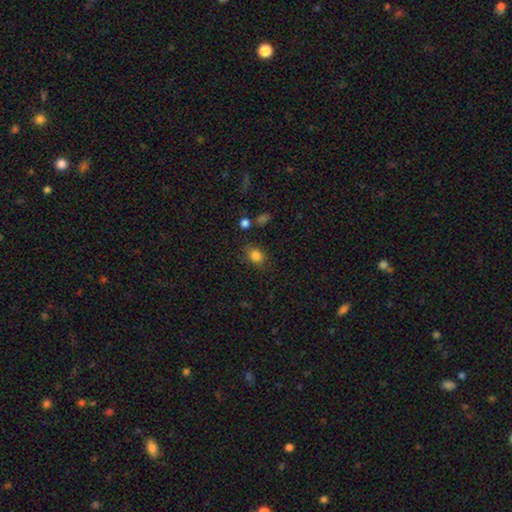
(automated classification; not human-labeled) smooth_or_featured: smooth (p=0.83) [alt: star or artifact p=0.11]
how_rounded: in between (p=0.62) [alt: round p=0.37]
merging: none (p=0.78) [alt: minor disturbance p=0.14]